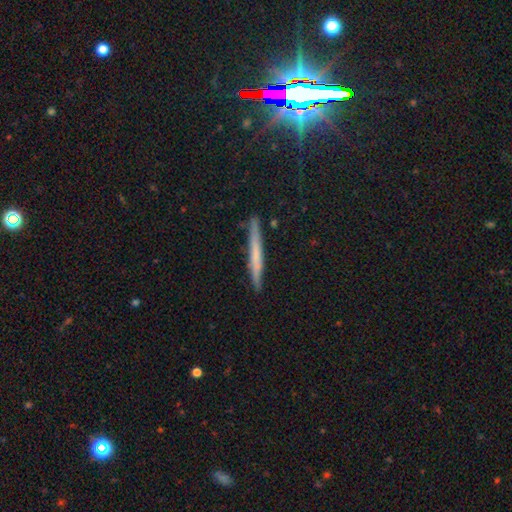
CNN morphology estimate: smooth_or_featured: smooth (p=0.52) [alt: featured or disk p=0.40]
how_rounded: cigar-shaped (p=0.96) [alt: in between p=0.02]
merging: none (p=0.89) [alt: minor disturbance p=0.09]